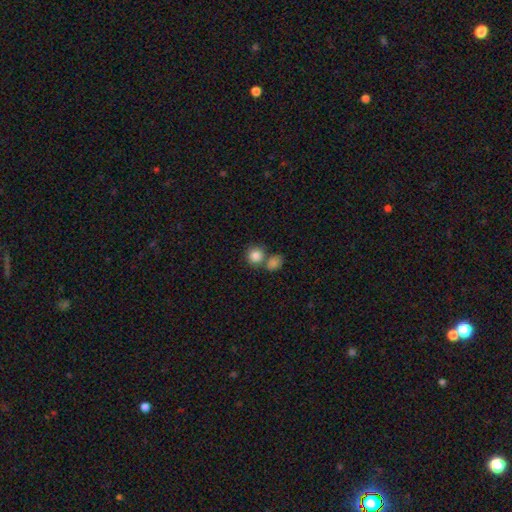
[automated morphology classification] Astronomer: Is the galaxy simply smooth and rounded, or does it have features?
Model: smooth — 84%.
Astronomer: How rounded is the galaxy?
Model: round — 86%.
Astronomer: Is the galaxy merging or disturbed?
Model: none — 55% (runner-up: merger, 33%).